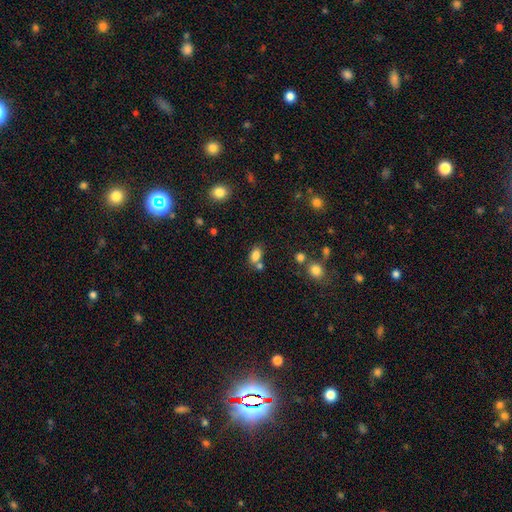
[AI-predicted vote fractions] Overall: smooth (82%). How rounded: in between (85%). Merging: none (55%; merger 27%).